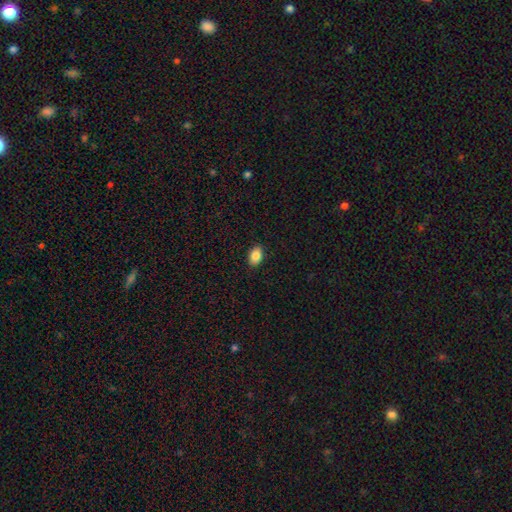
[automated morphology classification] smooth 85%, star or artifact 8%, featured or disk 7%. Down the decision tree: how rounded — in between (87%); merging — none (90%).